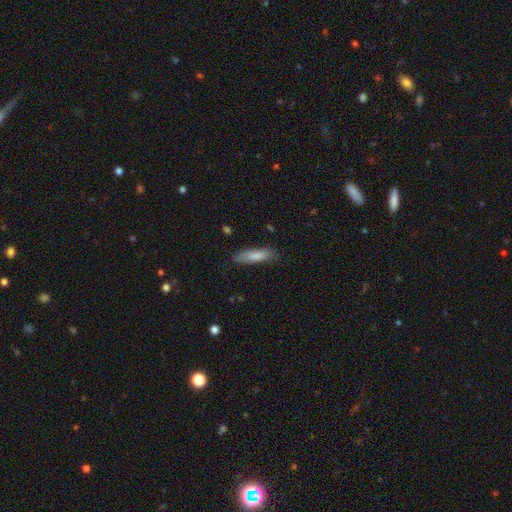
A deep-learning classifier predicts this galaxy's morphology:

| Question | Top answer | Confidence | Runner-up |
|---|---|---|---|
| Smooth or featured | smooth | 83% | featured or disk (11%) |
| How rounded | cigar-shaped | 64% | in between (34%) |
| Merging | none | 73% | minor disturbance (20%) |